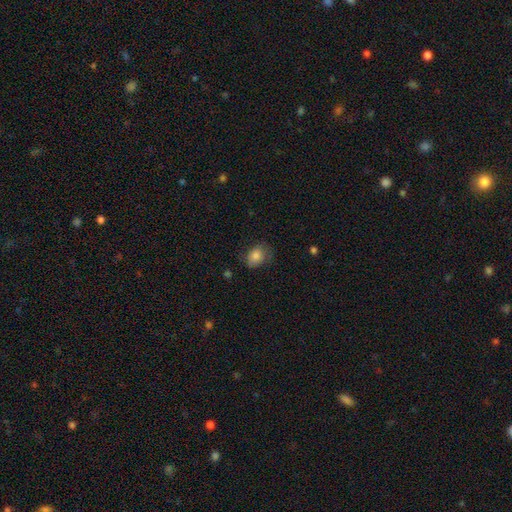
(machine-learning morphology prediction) smooth 82%, featured or disk 9%, star or artifact 8%. Down the decision tree: how rounded — in between (67%); merging — none (66%).